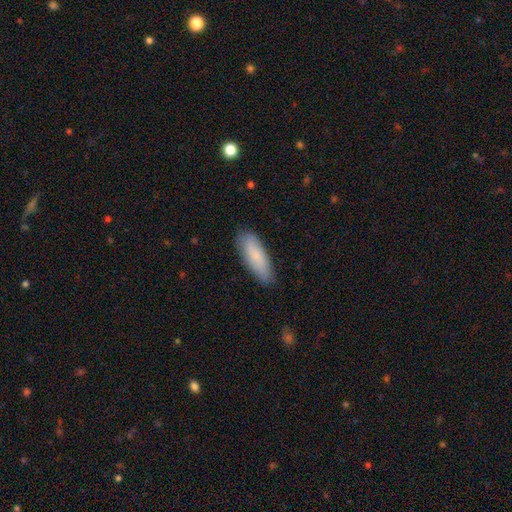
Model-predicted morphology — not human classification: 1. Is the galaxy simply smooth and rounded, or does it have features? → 83% smooth, 11% featured or disk, 6% star or artifact.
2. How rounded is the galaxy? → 56% in between, 43% cigar-shaped, 2% round.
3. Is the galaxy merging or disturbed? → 84% none, 13% minor disturbance, 2% major disturbance, 1% merger.